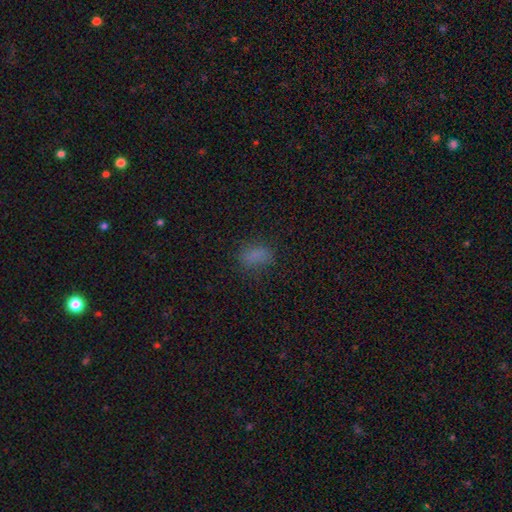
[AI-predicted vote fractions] This appears to be a smooth galaxy with no disk features (76%) that is in between round and cigar-shaped (83%). Merging: none (74%).